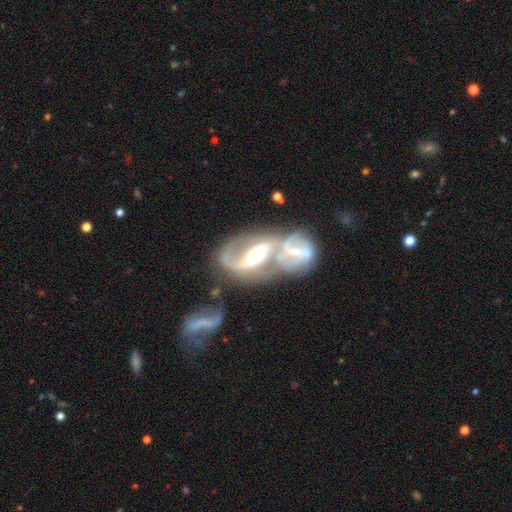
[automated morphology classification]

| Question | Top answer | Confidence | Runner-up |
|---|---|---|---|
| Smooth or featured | featured or disk | 80% | smooth (14%) |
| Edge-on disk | no | 95% | yes (5%) |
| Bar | strong | 36% | weak (35%) |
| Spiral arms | yes | 85% | no (15%) |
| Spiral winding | loose | 44% | medium (38%) |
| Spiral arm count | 2 | 65% | 1 (20%) |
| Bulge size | moderate | 60% | small (29%) |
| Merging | merger | 70% | none (13%) |